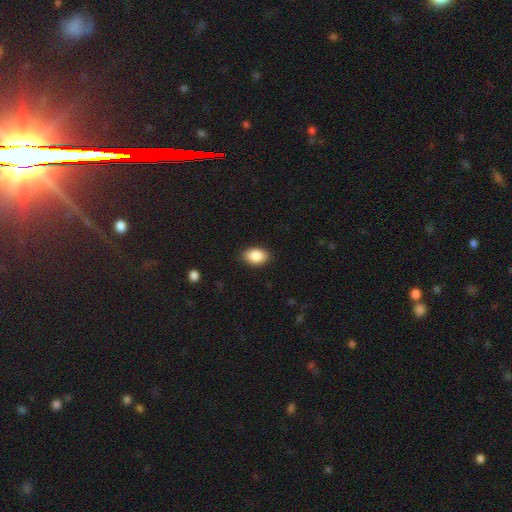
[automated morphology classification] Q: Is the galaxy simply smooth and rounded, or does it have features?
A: smooth — 88%.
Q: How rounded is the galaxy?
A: in between — 89%.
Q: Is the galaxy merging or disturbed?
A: none — 86%.